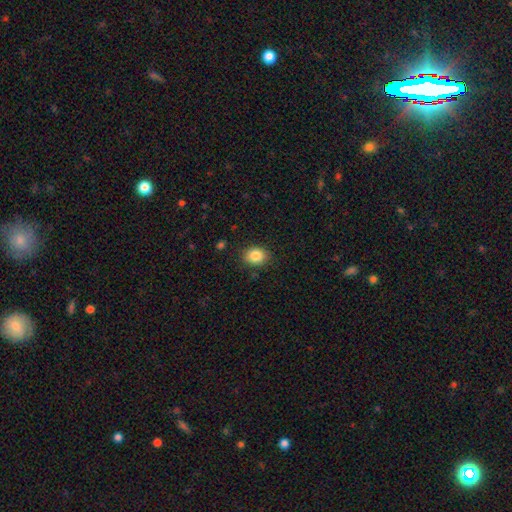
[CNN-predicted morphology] The model was most divided on "how rounded": in between: 50%, round: 49%, cigar-shaped: 1%. More confident: merging — none (86%); smooth or featured — smooth (85%).